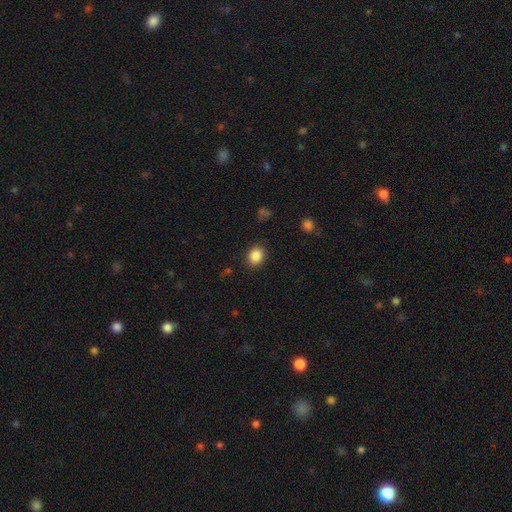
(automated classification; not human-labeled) Smooth or featured?
  - smooth: 87% *
  - star or artifact: 9%
  - featured or disk: 4%
How rounded?
  - round: 57% *
  - in between: 42%
  - cigar-shaped: 1%
Merging?
  - none: 88% *
  - minor disturbance: 8%
  - major disturbance: 3%
  - merger: 1%